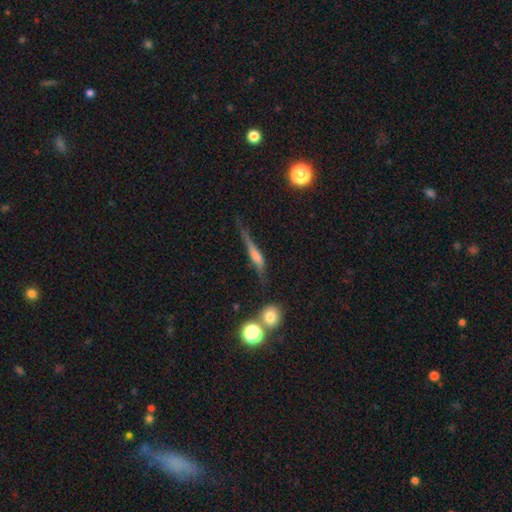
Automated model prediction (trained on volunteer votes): smooth_or_featured: featured or disk (p=0.59) [alt: smooth p=0.29]
disk_edge_on: yes (p=0.93) [alt: no p=0.07]
edge_on_bulge: rounded (p=0.50) [alt: none p=0.29]
merging: none (p=0.65) [alt: minor disturbance p=0.21]